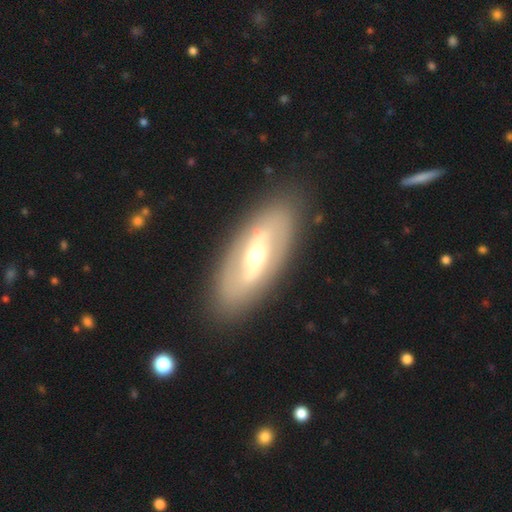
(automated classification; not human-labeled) Morphology: type=featured or disk (68%); edge-on=no (85%); bar=strong (38%); spiral arms=no (56%); bulge=moderate (68%); merging=none (86%).